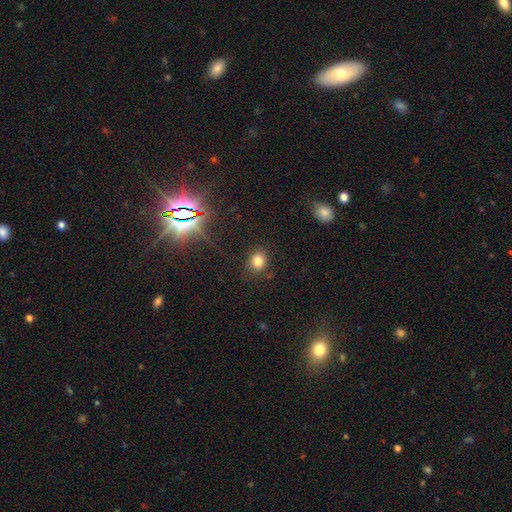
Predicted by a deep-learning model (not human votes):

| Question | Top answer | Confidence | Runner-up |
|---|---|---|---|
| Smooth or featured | smooth | 74% | star or artifact (20%) |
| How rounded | round | 65% | in between (34%) |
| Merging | none | 85% | minor disturbance (10%) |